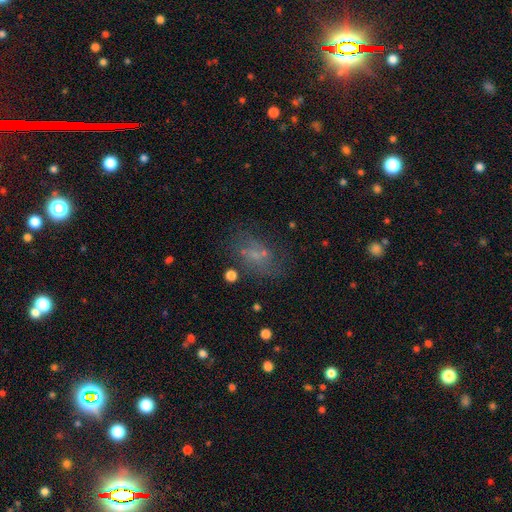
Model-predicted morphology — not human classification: smooth_or_featured: smooth (p=0.46) [alt: featured or disk p=0.31]
merging: none (p=0.56) [alt: minor disturbance p=0.21]